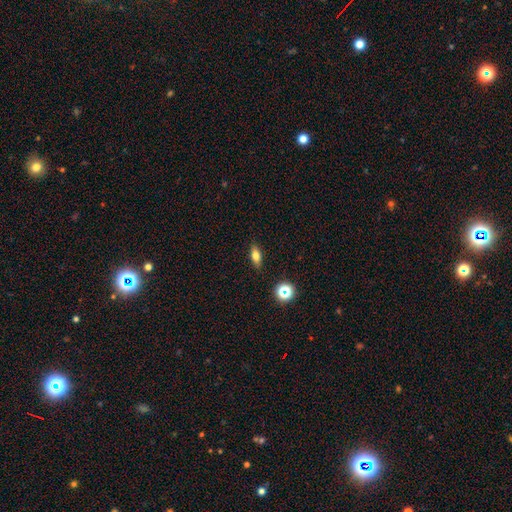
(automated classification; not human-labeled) The model was most divided on "how rounded": in between: 73%, cigar-shaped: 20%, round: 8%. More confident: merging — none (88%); smooth or featured — smooth (72%).